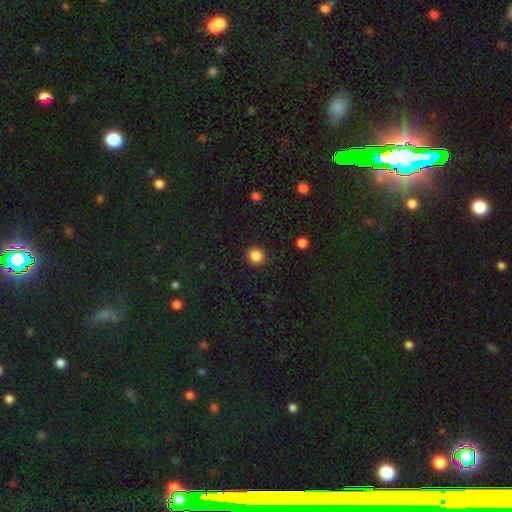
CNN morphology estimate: Q: Smooth or featured?
A: smooth (86%); runner-up: star or artifact (11%)
Q: How rounded?
A: round (91%); runner-up: in between (8%)
Q: Merging?
A: none (91%); runner-up: minor disturbance (6%)